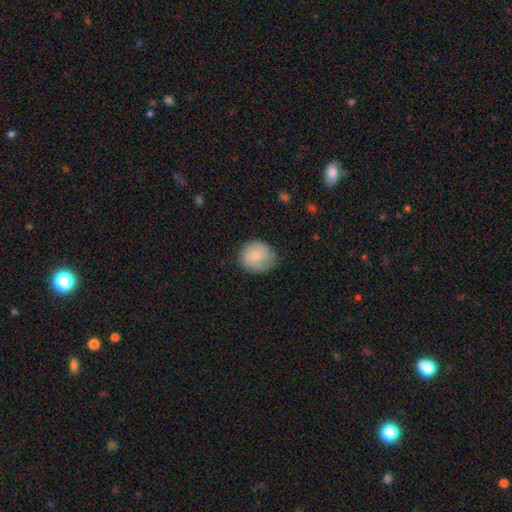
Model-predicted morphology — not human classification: The model was most divided on "smooth or featured": smooth: 66%, featured or disk: 27%, star or artifact: 7%. More confident: how rounded — round (82%); merging — none (69%).